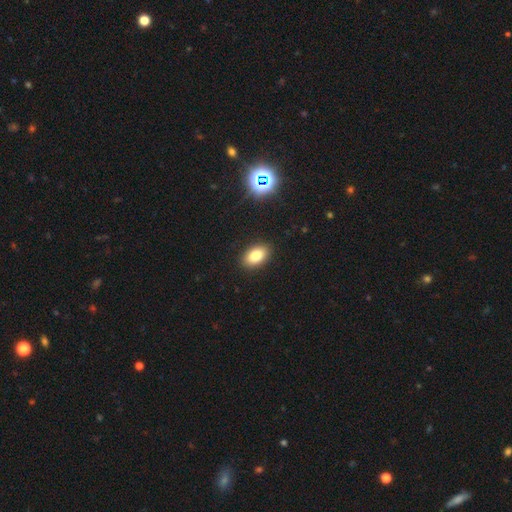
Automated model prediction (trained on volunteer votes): Q: Smooth or featured?
A: smooth (82%); runner-up: star or artifact (10%)
Q: How rounded?
A: in between (91%); runner-up: round (8%)
Q: Merging?
A: none (89%); runner-up: minor disturbance (7%)